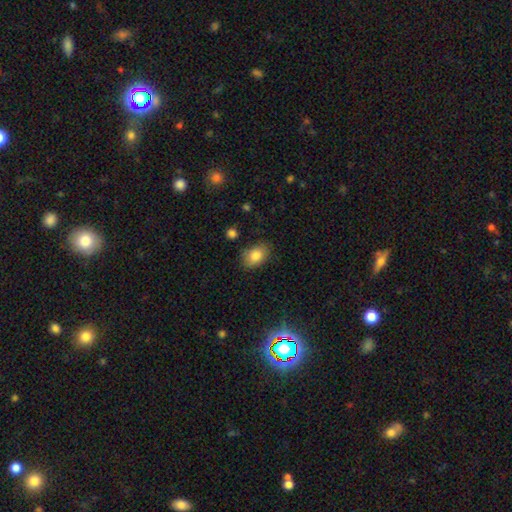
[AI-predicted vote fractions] Smooth or featured? Predicted: smooth (p=0.83). How rounded? Predicted: in between (p=0.83). Merging? Predicted: none (p=0.79).